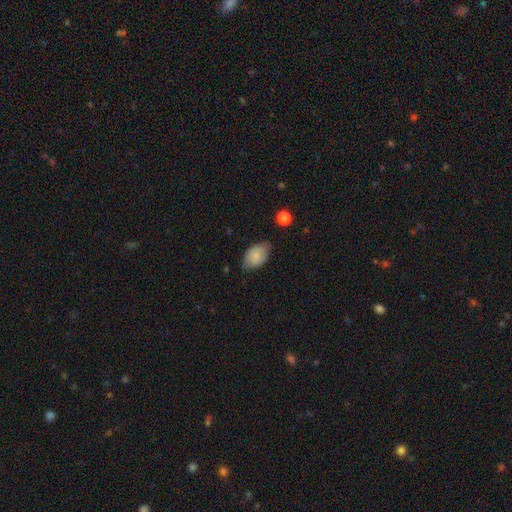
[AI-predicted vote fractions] Smooth or featured? Predicted: smooth (p=0.78). How rounded? Predicted: in between (p=0.90). Merging? Predicted: none (p=0.64).